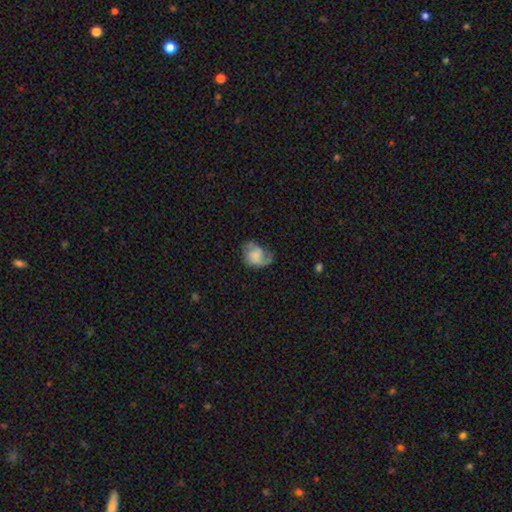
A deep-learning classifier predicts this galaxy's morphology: Smooth or featured?
  - smooth: 49% *
  - featured or disk: 42%
  - star or artifact: 9%
Merging?
  - none: 39% *
  - minor disturbance: 30%
  - major disturbance: 28%
  - merger: 3%